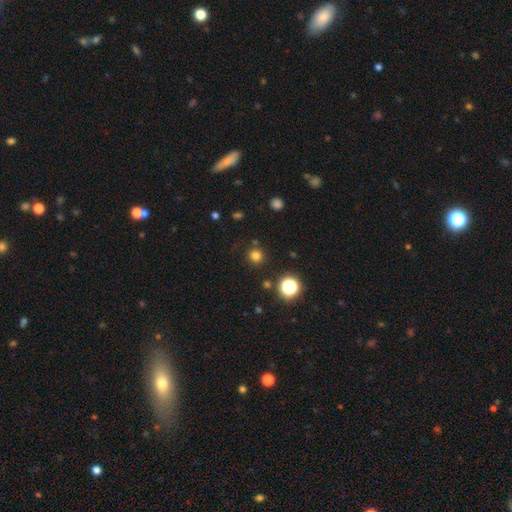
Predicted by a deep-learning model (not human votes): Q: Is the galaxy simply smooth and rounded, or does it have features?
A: smooth — 77%.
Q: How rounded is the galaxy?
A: round — 95%.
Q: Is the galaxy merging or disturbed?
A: none — 88%.